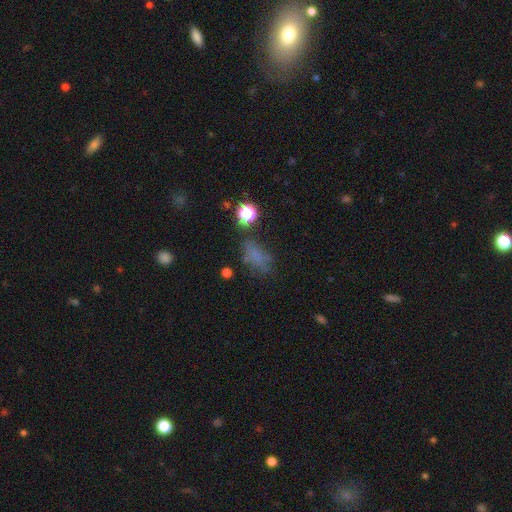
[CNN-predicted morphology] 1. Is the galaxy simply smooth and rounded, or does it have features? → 59% smooth, 25% star or artifact, 16% featured or disk.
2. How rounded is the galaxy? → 75% in between, 15% round, 10% cigar-shaped.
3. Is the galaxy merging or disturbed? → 54% none, 23% minor disturbance, 17% major disturbance, 7% merger.